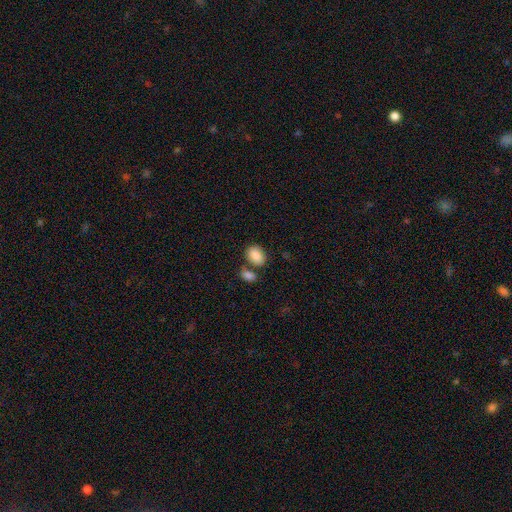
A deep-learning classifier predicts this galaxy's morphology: Overall: smooth (86%). How rounded: in between (80%). Merging: none (58%; merger 26%).